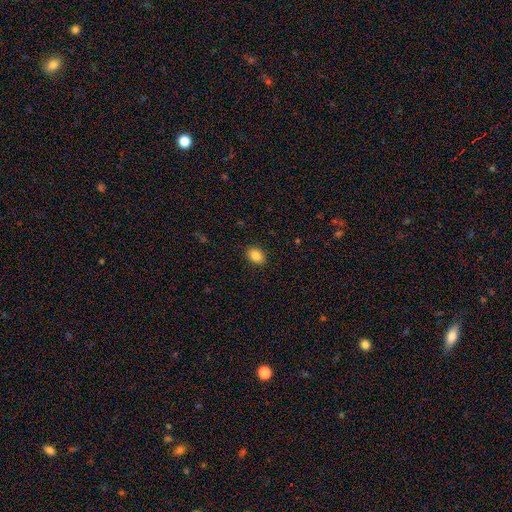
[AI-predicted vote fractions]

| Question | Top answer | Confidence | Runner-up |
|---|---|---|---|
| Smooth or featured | smooth | 87% | star or artifact (9%) |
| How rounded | in between | 80% | round (19%) |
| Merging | none | 89% | minor disturbance (8%) |